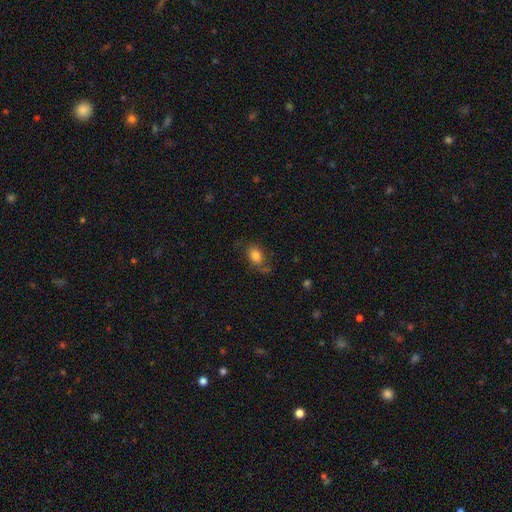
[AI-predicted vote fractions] Smooth or featured? smooth (76%)
How rounded? in between (79%)
Merging? none (61%)